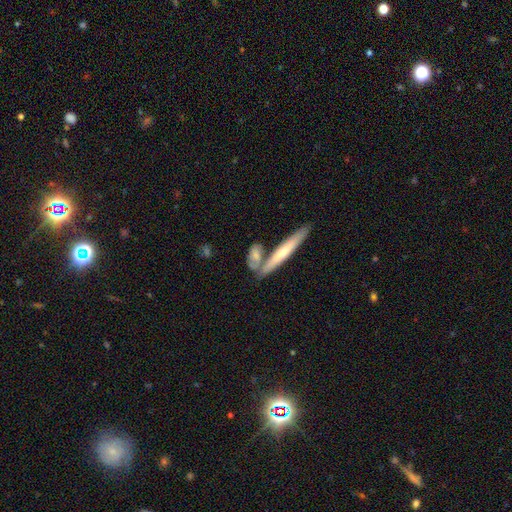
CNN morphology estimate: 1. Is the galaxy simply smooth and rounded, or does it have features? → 61% smooth, 34% featured or disk, 6% star or artifact.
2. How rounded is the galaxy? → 57% cigar-shaped, 37% in between, 6% round.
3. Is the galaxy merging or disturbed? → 53% none, 28% merger, 15% minor disturbance, 5% major disturbance.